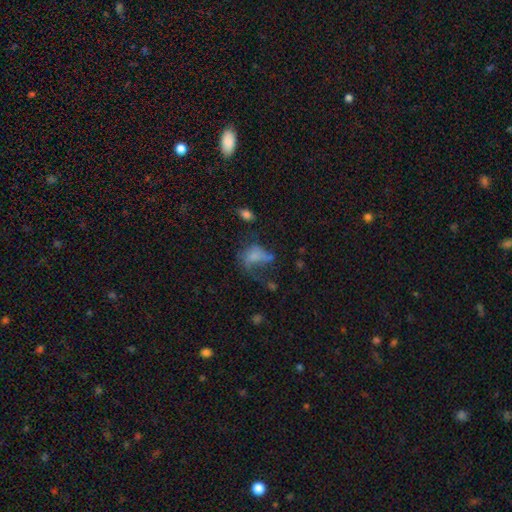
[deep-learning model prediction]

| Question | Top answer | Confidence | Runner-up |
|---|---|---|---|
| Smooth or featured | smooth | 50% | featured or disk (35%) |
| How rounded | in between | 76% | round (21%) |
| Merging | major disturbance | 52% | none (23%) |